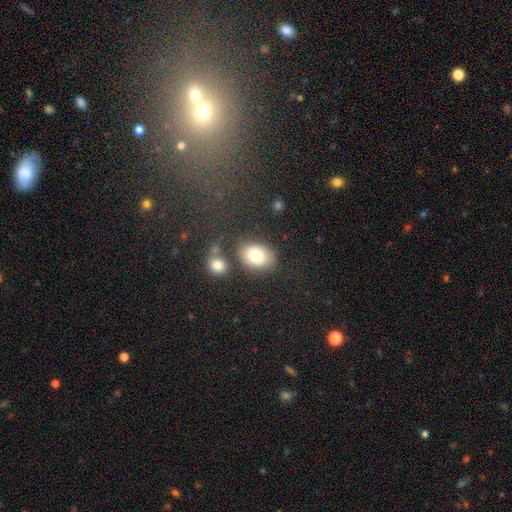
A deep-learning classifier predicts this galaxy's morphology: Smooth or featured: smooth — 80% (featured or disk — 12%)
How rounded: in between — 73% (round — 26%)
Merging: none — 72% (minor disturbance — 13%)